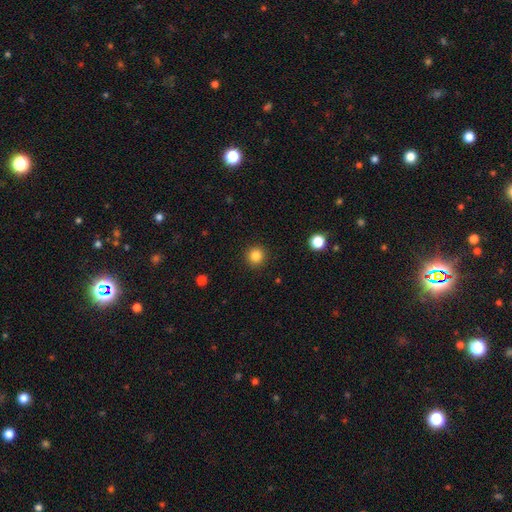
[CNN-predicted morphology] Overall: smooth (84%). How rounded: round (95%). Merging: none (92%).